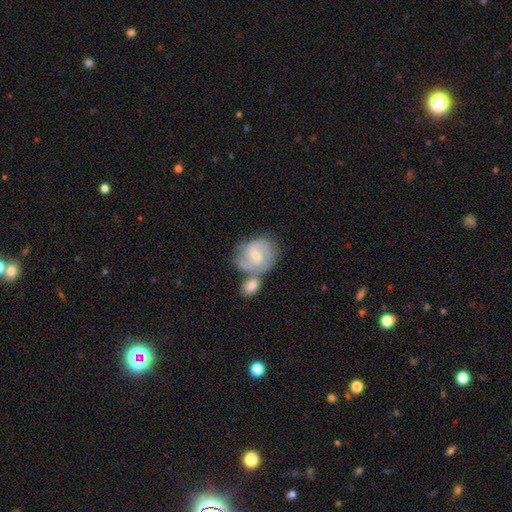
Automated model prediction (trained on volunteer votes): smooth_or_featured: featured or disk (p=0.63) [alt: smooth p=0.31]
disk_edge_on: no (p=0.97) [alt: yes p=0.03]
bar: weak (p=0.53) [alt: no p=0.36]
has_spiral_arms: yes (p=0.87) [alt: no p=0.13]
spiral_winding: medium (p=0.43) [tied with: tight p=0.43]
spiral_arm_count: 2 (p=0.59) [alt: can't tell p=0.22]
bulge_size: small (p=0.56) [alt: moderate p=0.39]
merging: merger (p=0.43) [alt: none p=0.36]